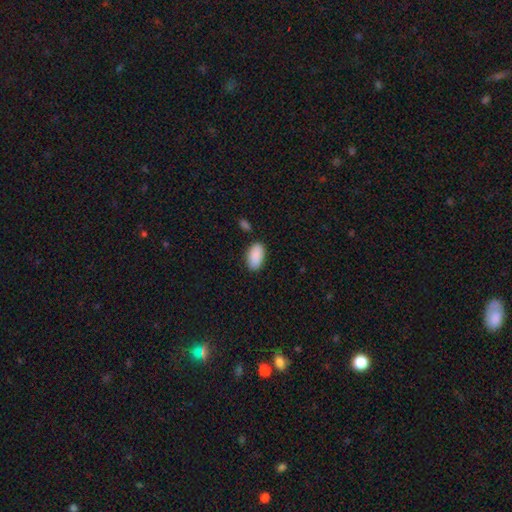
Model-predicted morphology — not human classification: smooth_or_featured: smooth (p=0.90) [alt: star or artifact p=0.06]
how_rounded: in between (p=0.95) [alt: round p=0.03]
merging: none (p=0.83) [alt: minor disturbance p=0.11]